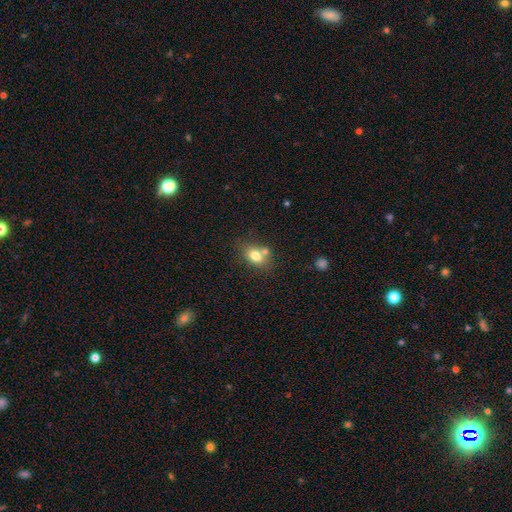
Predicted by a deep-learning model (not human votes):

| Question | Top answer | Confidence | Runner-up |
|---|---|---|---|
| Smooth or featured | smooth | 76% | featured or disk (14%) |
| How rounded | in between | 66% | round (32%) |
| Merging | none | 53% | merger (29%) |